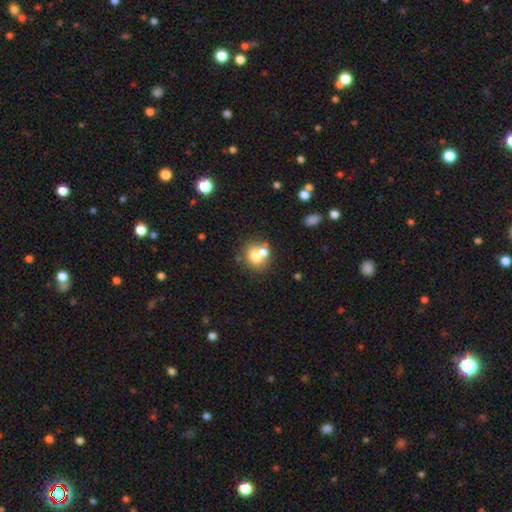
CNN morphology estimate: Smooth or featured? smooth (68%)
How rounded? round (69%)
Merging? merger (45%)